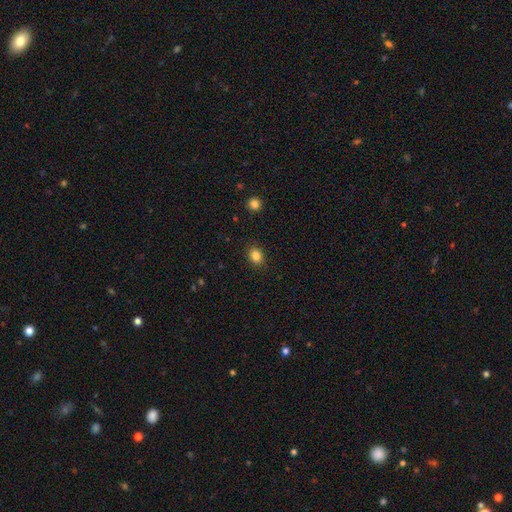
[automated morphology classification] Overall: smooth (83%). How rounded: round (57%; in between 42%). Merging: none (89%).